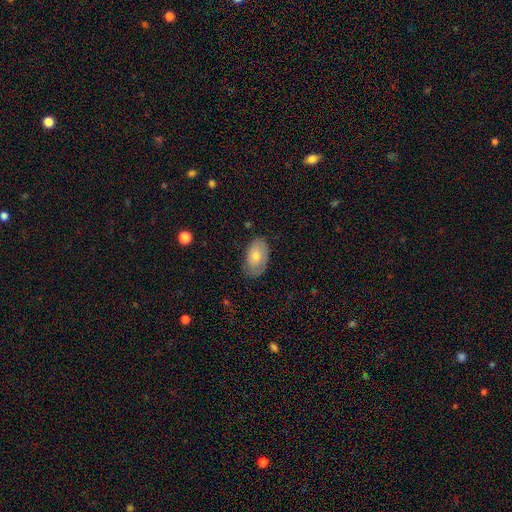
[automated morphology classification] The model was most divided on "smooth or featured": smooth: 63%, featured or disk: 30%, star or artifact: 7%. More confident: how rounded — in between (92%); merging — none (74%).